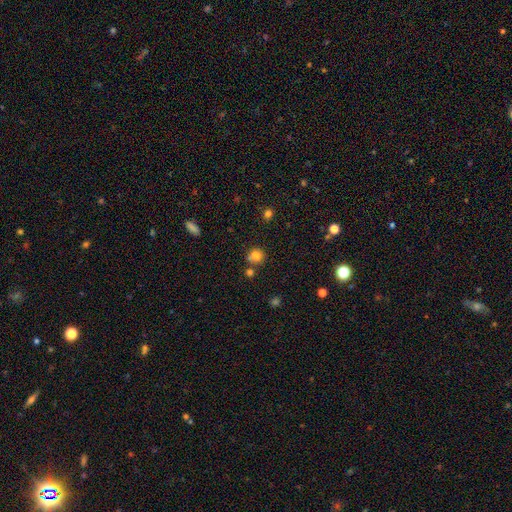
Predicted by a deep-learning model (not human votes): Q: Smooth or featured?
A: smooth (79%); runner-up: star or artifact (14%)
Q: How rounded?
A: round (87%); runner-up: in between (12%)
Q: Merging?
A: none (65%); runner-up: merger (20%)